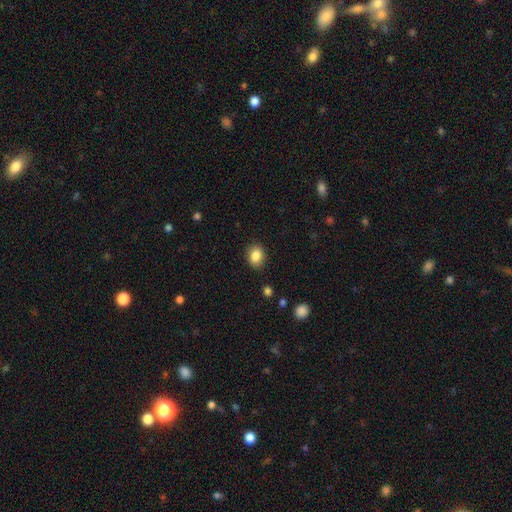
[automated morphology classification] smooth_or_featured: smooth (p=0.86) [alt: star or artifact p=0.09]
how_rounded: in between (p=0.56) [alt: round p=0.43]
merging: none (p=0.87) [alt: minor disturbance p=0.09]